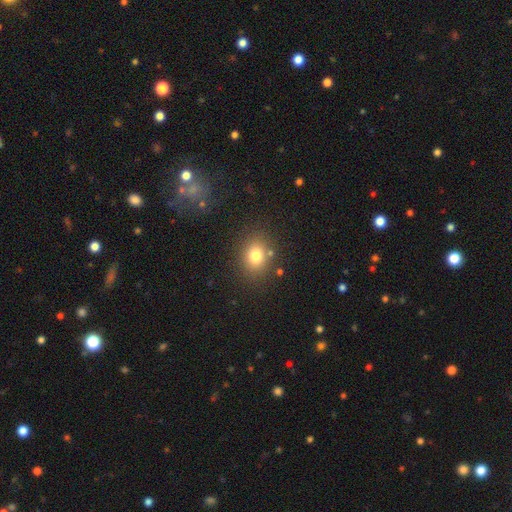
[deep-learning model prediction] Morphology: type=smooth (78%); roundness=round (56%); merging=none (81%).